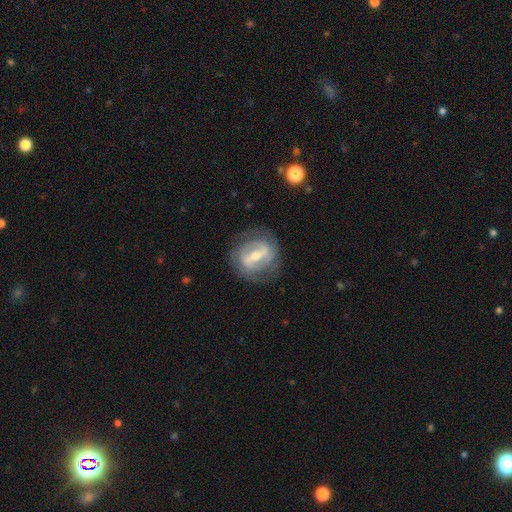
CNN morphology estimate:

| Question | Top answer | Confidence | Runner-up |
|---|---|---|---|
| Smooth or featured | featured or disk | 80% | smooth (15%) |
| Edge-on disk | no | 94% | yes (6%) |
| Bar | strong | 64% | weak (28%) |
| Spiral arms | yes | 70% | no (30%) |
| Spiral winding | tight | 51% | medium (34%) |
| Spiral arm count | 2 | 65% | can't tell (22%) |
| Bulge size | moderate | 55% | small (40%) |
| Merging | none | 78% | minor disturbance (14%) |